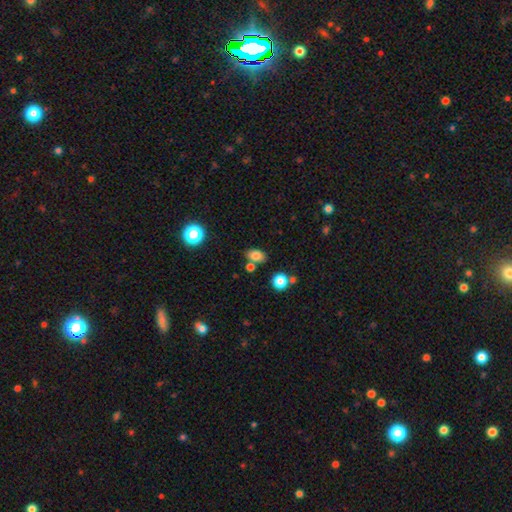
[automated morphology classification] Smooth or featured? smooth (79%)
How rounded? in between (82%)
Merging? none (72%)